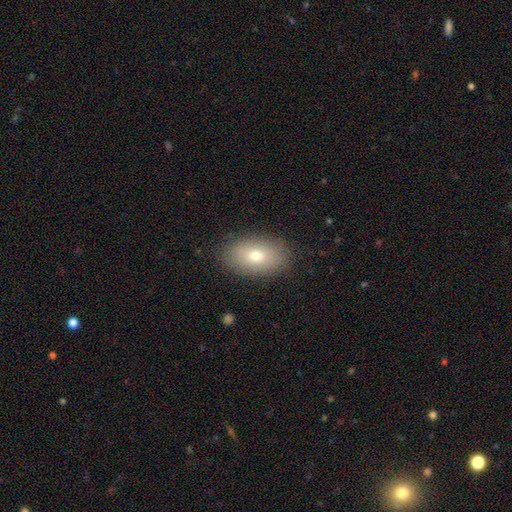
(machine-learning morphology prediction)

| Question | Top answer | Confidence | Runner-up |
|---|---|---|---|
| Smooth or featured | smooth | 74% | featured or disk (17%) |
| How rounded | in between | 92% | round (6%) |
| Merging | none | 86% | minor disturbance (10%) |